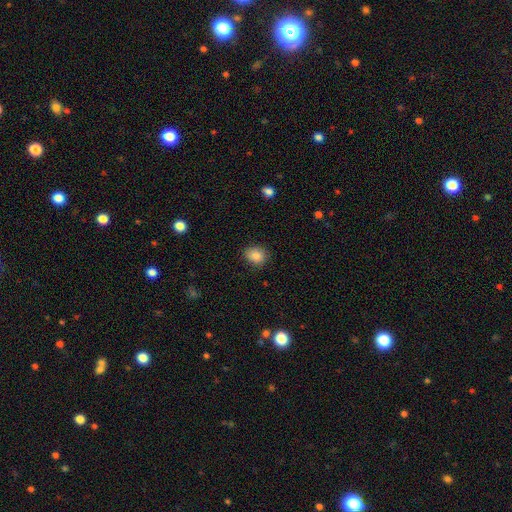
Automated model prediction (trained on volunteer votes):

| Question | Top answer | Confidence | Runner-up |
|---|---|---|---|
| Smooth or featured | smooth | 85% | star or artifact (9%) |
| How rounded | round | 60% | in between (39%) |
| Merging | none | 84% | minor disturbance (13%) |